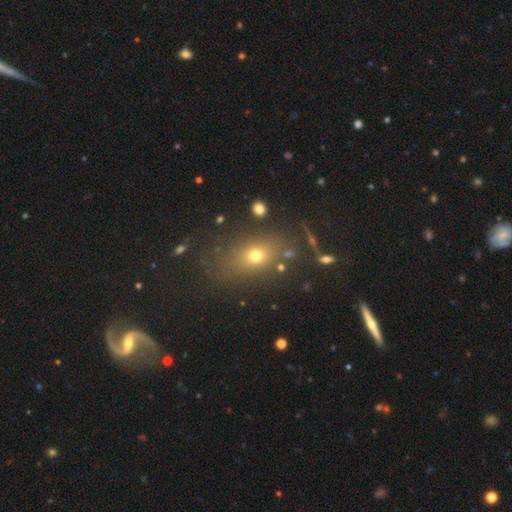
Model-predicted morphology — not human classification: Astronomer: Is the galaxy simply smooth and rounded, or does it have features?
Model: smooth — 66%.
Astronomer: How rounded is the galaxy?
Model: in between — 64%.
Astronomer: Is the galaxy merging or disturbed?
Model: none — 74%.